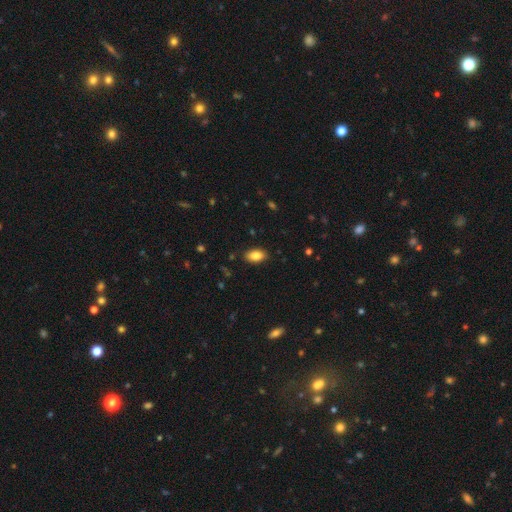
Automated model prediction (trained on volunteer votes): smooth_or_featured: smooth (p=0.86) [alt: star or artifact p=0.08]
how_rounded: in between (p=0.92) [alt: round p=0.05]
merging: none (p=0.87) [alt: minor disturbance p=0.10]